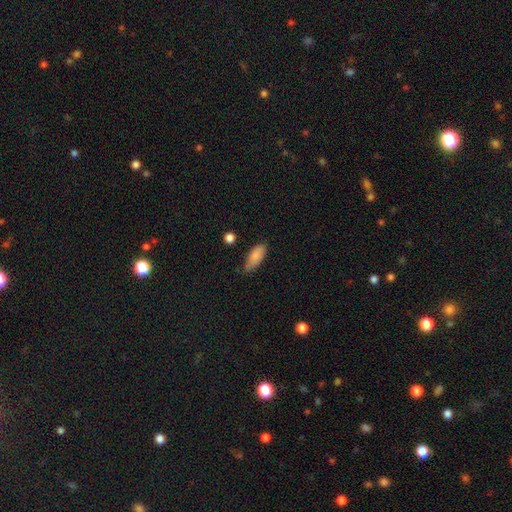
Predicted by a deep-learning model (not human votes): smooth 85%, featured or disk 8%, star or artifact 7%. Down the decision tree: how rounded — in between (84%); merging — none (62%).